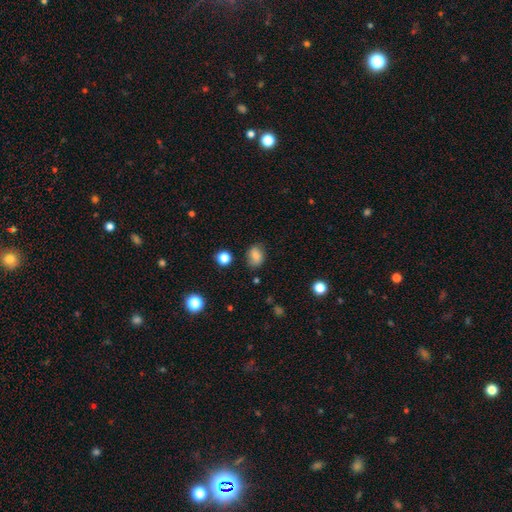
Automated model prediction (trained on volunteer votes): Overall: smooth (80%). How rounded: in between (63%; round 36%). Merging: none (75%).